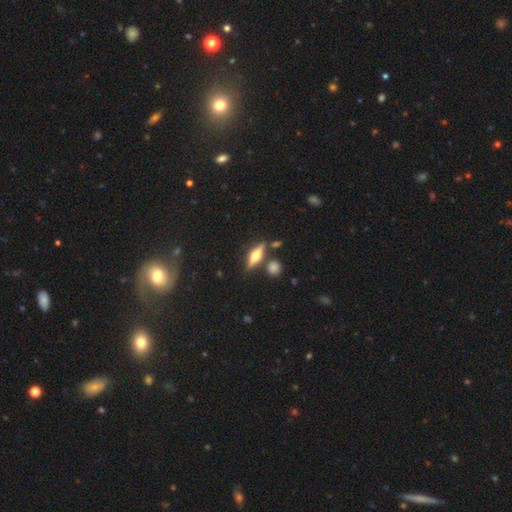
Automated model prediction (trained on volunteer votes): featured or disk 55%, smooth 37%, star or artifact 8%. Down the decision tree: edge-on disk — yes (92%); edge-on bulge — rounded (93%); merging — none (76%).